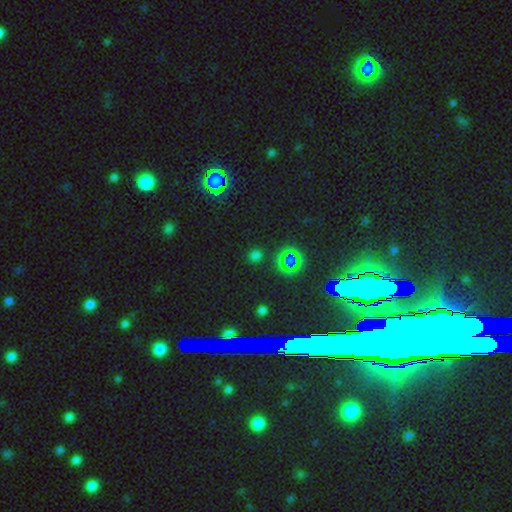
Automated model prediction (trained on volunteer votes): Smooth or featured? smooth (48%)
Merging? none (86%)